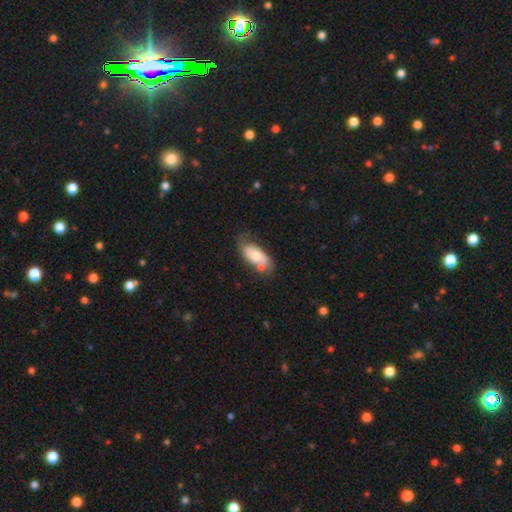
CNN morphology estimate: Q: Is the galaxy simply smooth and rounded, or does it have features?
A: smooth — 55%.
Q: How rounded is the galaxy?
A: in between — 87%.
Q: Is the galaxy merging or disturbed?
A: none — 54%.